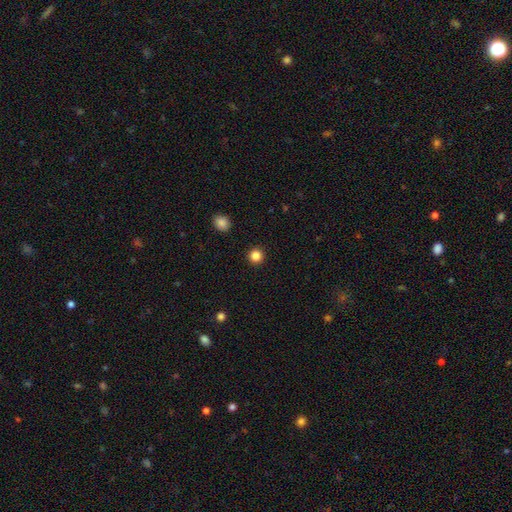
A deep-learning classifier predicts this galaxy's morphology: Overall: smooth (85%). How rounded: round (95%). Merging: none (93%).